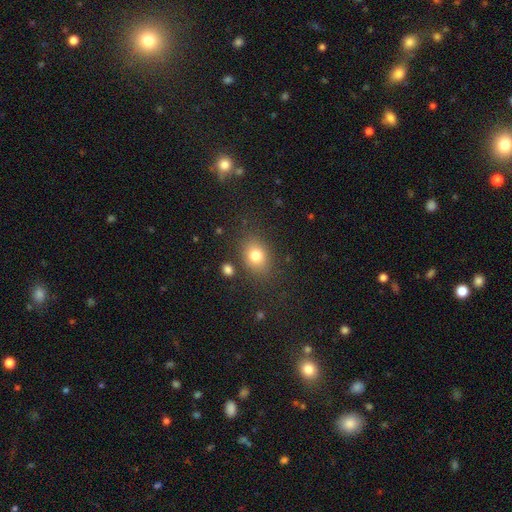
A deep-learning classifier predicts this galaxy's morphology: A smooth galaxy with no disk features (79%) that is in between round and cigar-shaped (62%). Merging: none (80%).